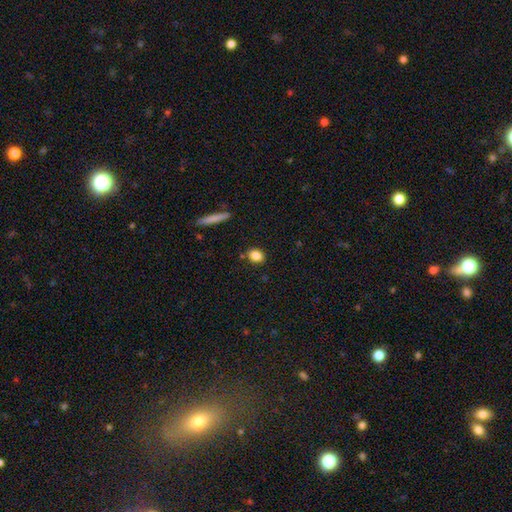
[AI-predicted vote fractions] Smooth or featured? smooth (85%)
How rounded? in between (62%)
Merging? none (84%)